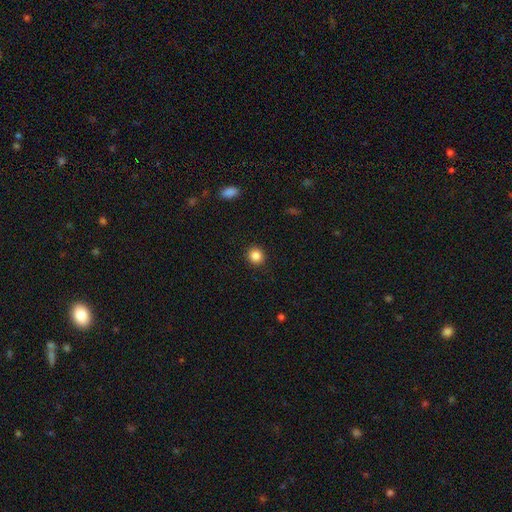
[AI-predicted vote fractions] Smooth or featured: smooth — 86% (star or artifact — 11%)
How rounded: round — 91% (in between — 8%)
Merging: none — 91% (minor disturbance — 6%)